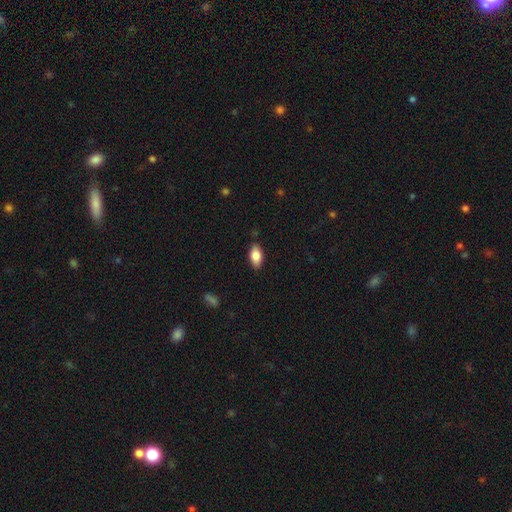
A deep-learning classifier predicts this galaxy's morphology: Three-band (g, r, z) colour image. It shows a smooth galaxy with no disk features (81%) that is in between round and cigar-shaped (90%). Merging: none (85%).